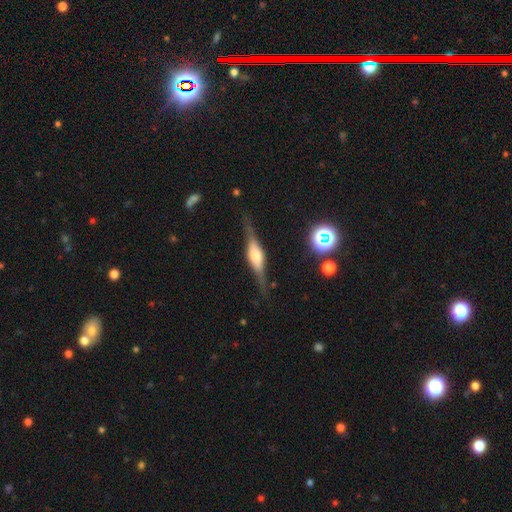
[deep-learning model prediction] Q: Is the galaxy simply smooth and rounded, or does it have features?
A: featured or disk — 74%.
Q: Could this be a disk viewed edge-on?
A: yes — 96%.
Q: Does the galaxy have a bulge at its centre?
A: rounded — 70%.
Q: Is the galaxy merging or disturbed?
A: none — 80%.